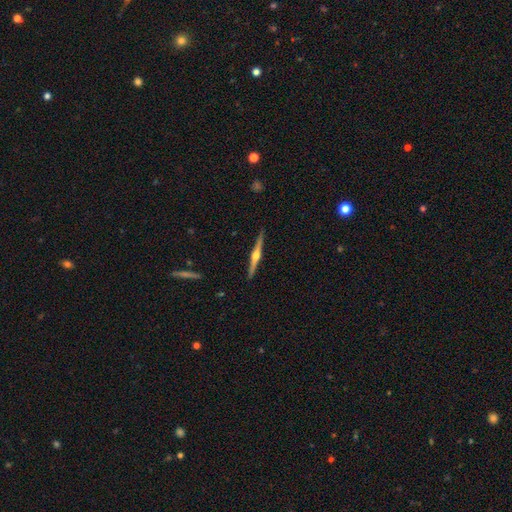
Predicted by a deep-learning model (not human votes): A featured or disk galaxy (84%) viewed edge-on (99%) with a rounded central bulge (95%). Merging: none (92%).